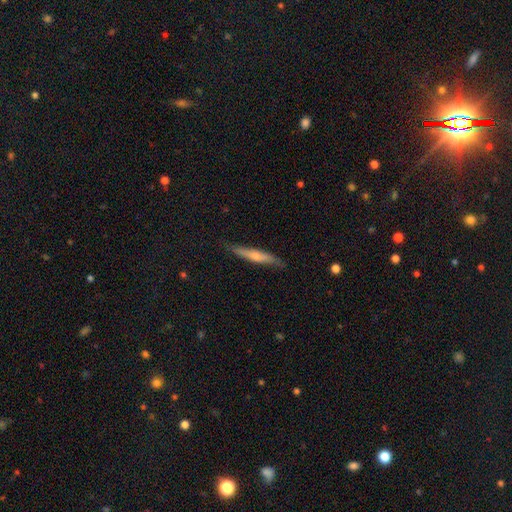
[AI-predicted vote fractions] smooth-or-featured: featured or disk: 55% | smooth: 39% | star or artifact: 6%
  disk-edge-on: yes: 91% | no: 9%
    edge-on-bulge: rounded: 73% | none: 21% | boxy: 5%
  merging: none: 81% | minor disturbance: 15% | major disturbance: 2% | merger: 1%